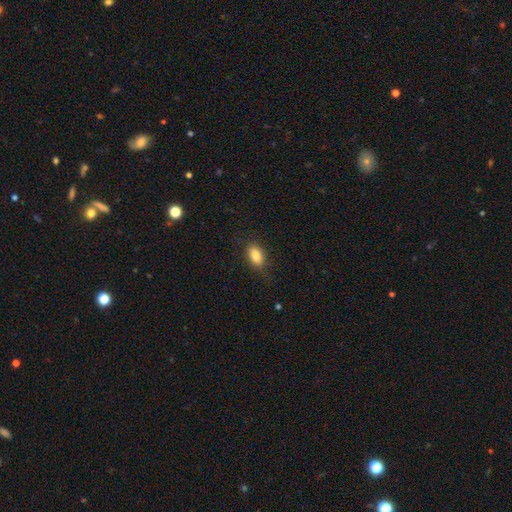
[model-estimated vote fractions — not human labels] This is clearly a smooth galaxy (83%). How rounded: clearly in between (87%). Merging: clearly none (81%).